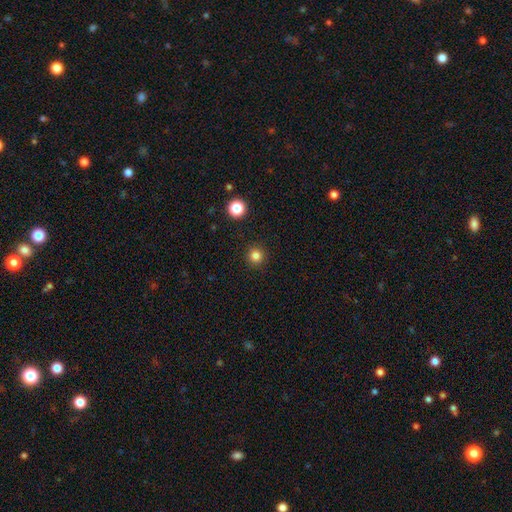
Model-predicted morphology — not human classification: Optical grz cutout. It shows a smooth galaxy with no disk features (82%) that is round (96%). Merging: none (92%).